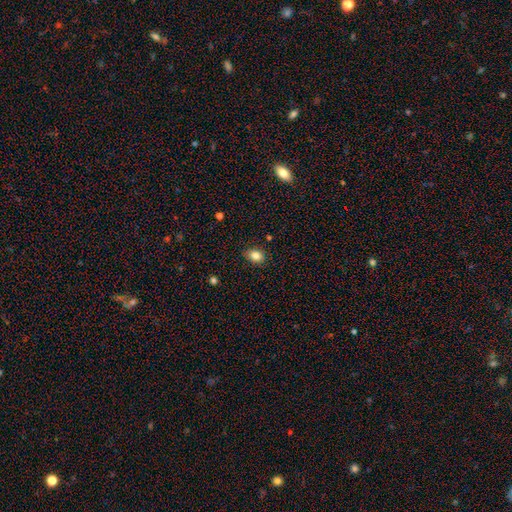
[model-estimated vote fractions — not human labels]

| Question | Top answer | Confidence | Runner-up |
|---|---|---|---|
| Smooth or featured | smooth | 84% | star or artifact (10%) |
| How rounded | in between | 67% | round (32%) |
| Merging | none | 85% | minor disturbance (11%) |